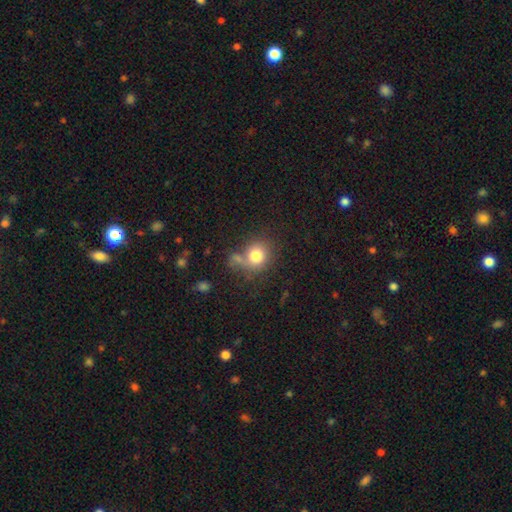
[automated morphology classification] Smooth or featured? Predicted: smooth (p=0.79). How rounded? Predicted: round (p=0.75). Merging? Predicted: none (p=0.56).